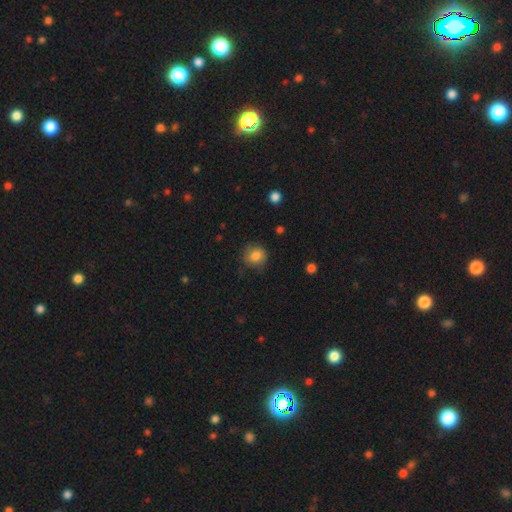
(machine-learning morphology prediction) smooth-or-featured: smooth: 82% | featured or disk: 9% | star or artifact: 9%
  how-rounded: round: 85% | in between: 14% | cigar-shaped: 1%
  merging: none: 78% | minor disturbance: 16% | major disturbance: 4% | merger: 1%